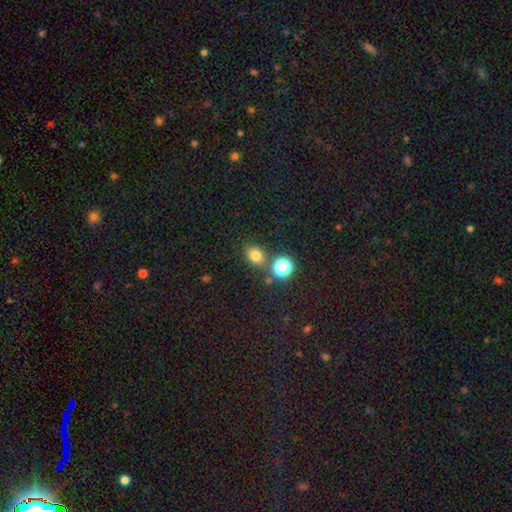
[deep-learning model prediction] smooth 76%, star or artifact 18%, featured or disk 7%. Down the decision tree: how rounded — round (50%); merging — none (75%).